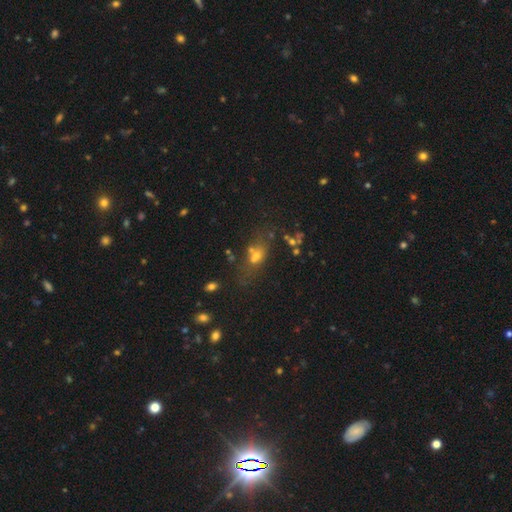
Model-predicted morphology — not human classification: This appears to be a smooth galaxy with no disk features (53%) that is in between round and cigar-shaped (61%). Merging: none (52%).